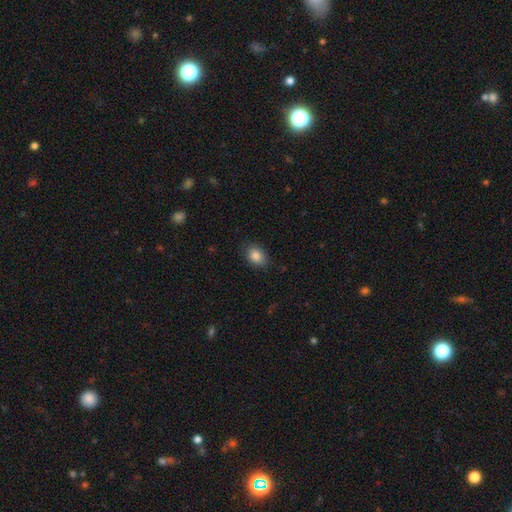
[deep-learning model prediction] A smooth galaxy with no disk features (86%) that is in between round and cigar-shaped (74%).

Vote fractions:
- Smooth or featured? smooth: 86% / star or artifact: 8% / featured or disk: 6%
- How rounded? in between: 74% / round: 25% / cigar-shaped: 1%
- Merging? none: 84% / minor disturbance: 12% / major disturbance: 3% / merger: 1%